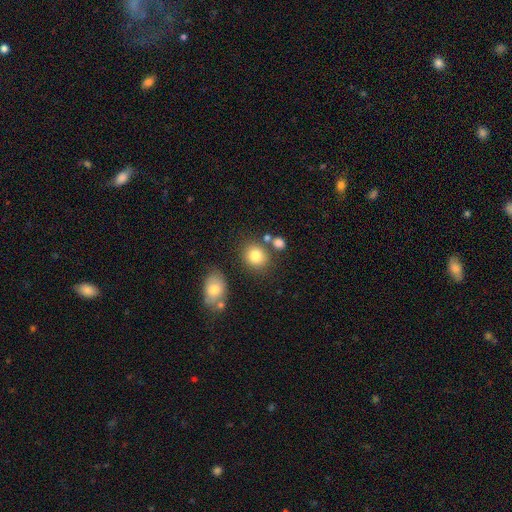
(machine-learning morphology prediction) This is clearly a smooth galaxy (81%). How rounded: likely round (75%). Merging: likely none (74%).